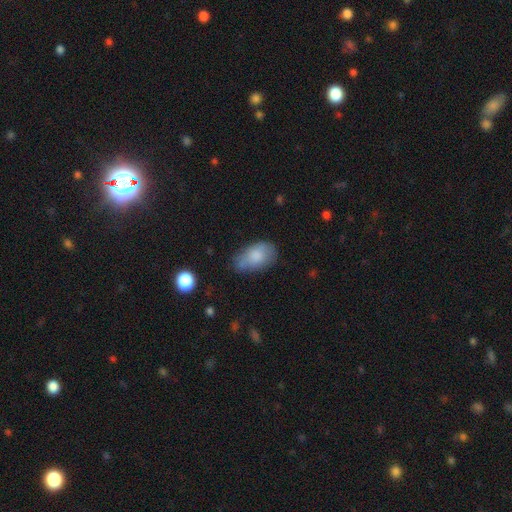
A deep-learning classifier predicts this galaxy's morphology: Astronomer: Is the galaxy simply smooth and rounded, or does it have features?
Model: smooth — 78%.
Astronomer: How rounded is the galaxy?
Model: in between — 92%.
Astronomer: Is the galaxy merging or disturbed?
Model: none — 55% (runner-up: minor disturbance, 31%).